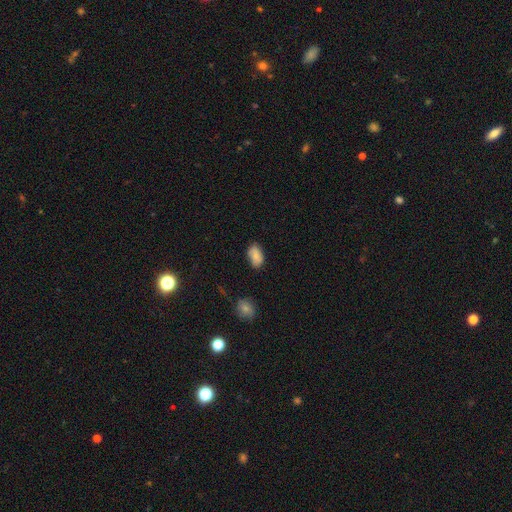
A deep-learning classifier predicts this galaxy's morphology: This is clearly a smooth galaxy (83%). How rounded: clearly in between (92%). Merging: likely none (77%).